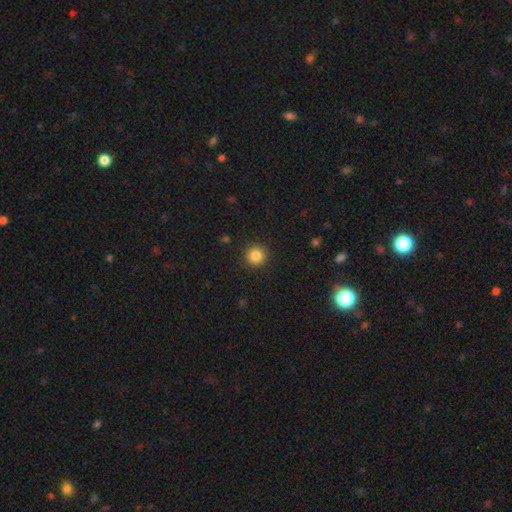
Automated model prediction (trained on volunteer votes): Smooth or featured: smooth — 85% (star or artifact — 11%)
How rounded: round — 95% (in between — 4%)
Merging: none — 92% (minor disturbance — 5%)